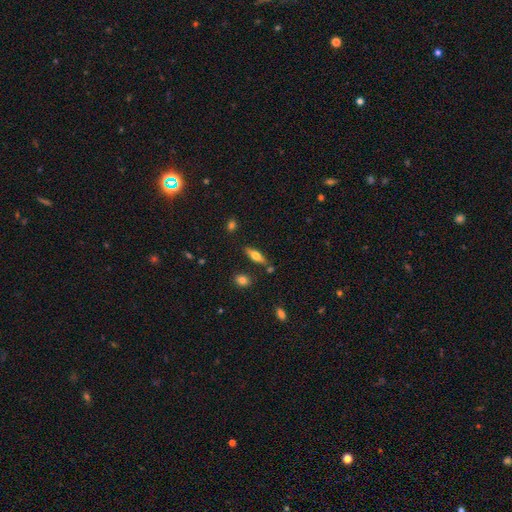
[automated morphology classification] A smooth galaxy with no disk features (58%) that is in between round and cigar-shaped (51%).

Vote fractions:
- Smooth or featured? smooth: 58% / featured or disk: 35% / star or artifact: 7%
- How rounded? in between: 51% / cigar-shaped: 46% / round: 3%
- Merging? none: 78% / minor disturbance: 13% / merger: 6% / major disturbance: 3%